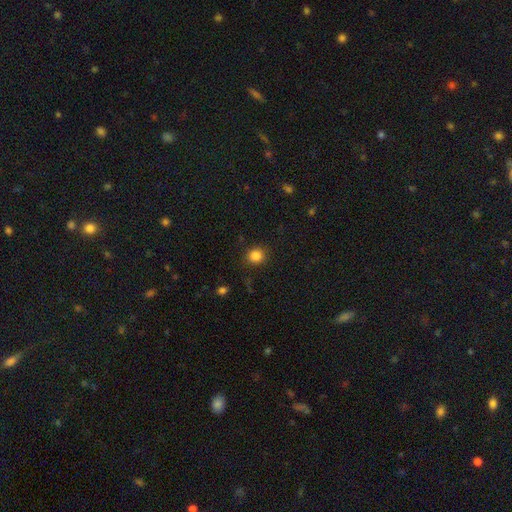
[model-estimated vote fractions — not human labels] smooth-or-featured: smooth: 85% | star or artifact: 11% | featured or disk: 4%
  how-rounded: round: 85% | in between: 14% | cigar-shaped: 1%
  merging: none: 87% | minor disturbance: 9% | major disturbance: 3% | merger: 1%